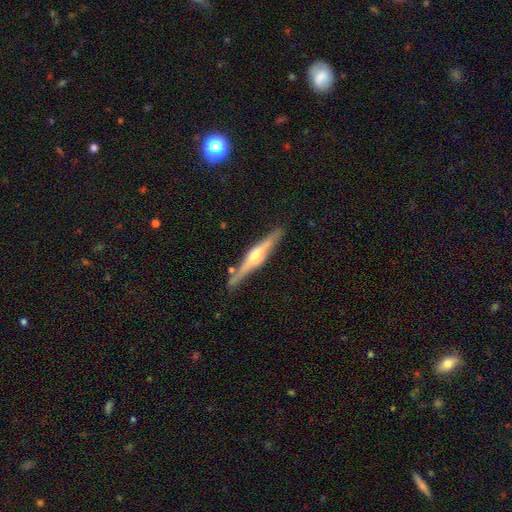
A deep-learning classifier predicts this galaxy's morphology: A featured or disk galaxy (75%) viewed edge-on (97%) with a rounded central bulge (84%). Merging: none (84%).